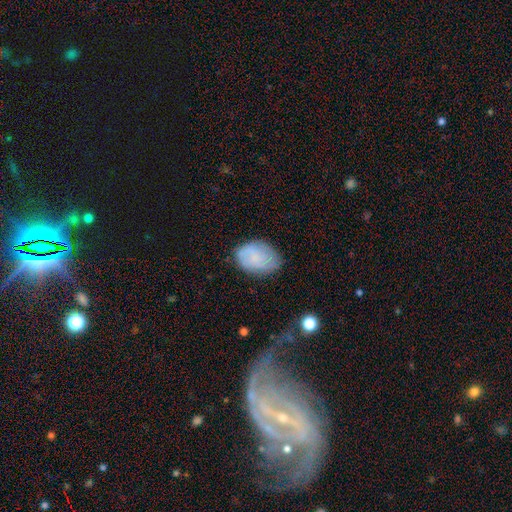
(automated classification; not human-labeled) This appears to be a smooth galaxy with no disk features (71%) that is in between round and cigar-shaped (79%). Merging: none (69%).